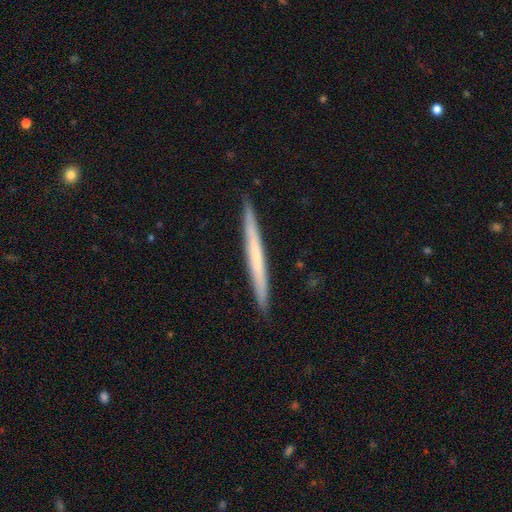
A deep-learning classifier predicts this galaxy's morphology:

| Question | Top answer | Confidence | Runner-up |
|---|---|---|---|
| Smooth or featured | smooth | 48% | featured or disk (46%) |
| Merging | none | 92% | minor disturbance (6%) |